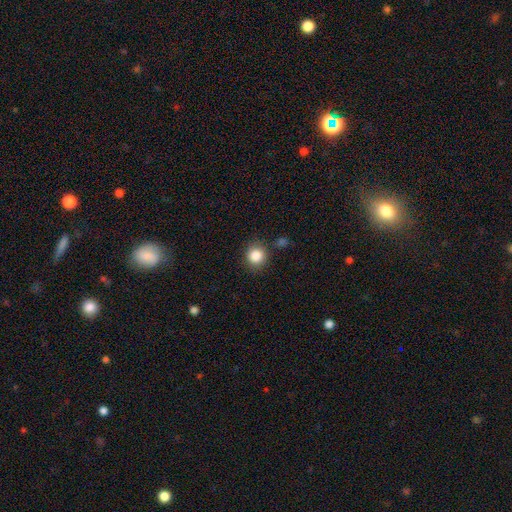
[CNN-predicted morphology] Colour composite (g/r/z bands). It shows a smooth galaxy with no disk features (85%) that is round (87%). Merging: none (83%).